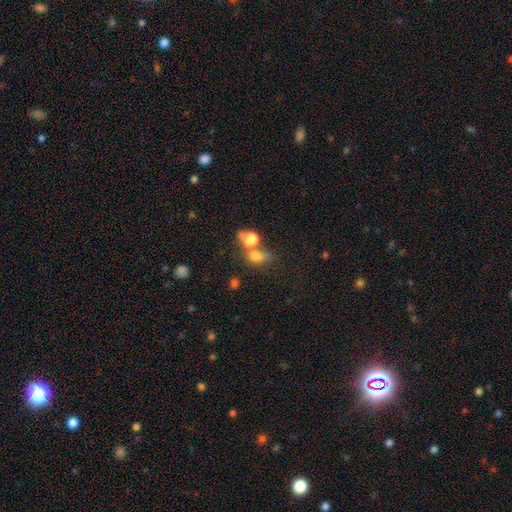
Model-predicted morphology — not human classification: Smooth or featured? Predicted: smooth (p=0.72). How rounded? Predicted: in between (p=0.55). Merging? Predicted: merger (p=0.40).